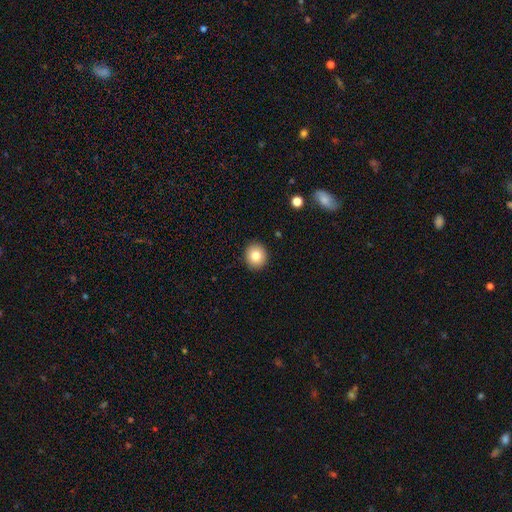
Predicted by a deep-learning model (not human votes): A smooth galaxy with no disk features (82%) that is round (87%).

Vote fractions:
- Smooth or featured? smooth: 82% / star or artifact: 9% / featured or disk: 9%
- How rounded? round: 87% / in between: 12% / cigar-shaped: 1%
- Merging? none: 92% / minor disturbance: 6% / major disturbance: 2% / merger: 1%